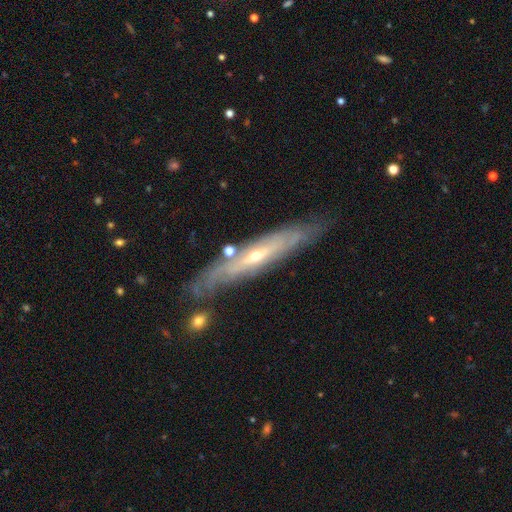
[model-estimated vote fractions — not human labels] This appears to be a featured or disk galaxy (79%) with not edge-on (50%, tied with yes). Merging: none (73%).